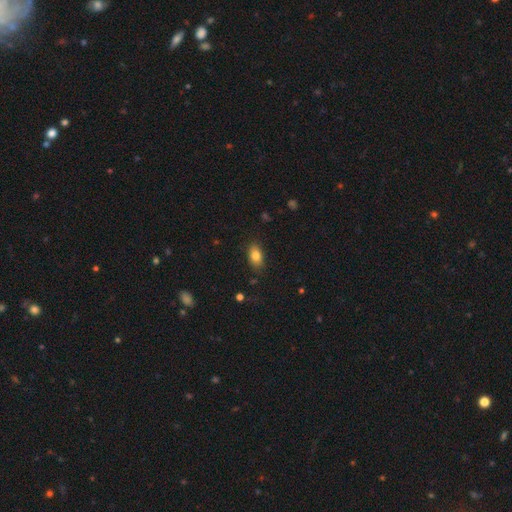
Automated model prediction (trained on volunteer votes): Morphology: type=smooth (81%); roundness=in between (87%); merging=none (82%).